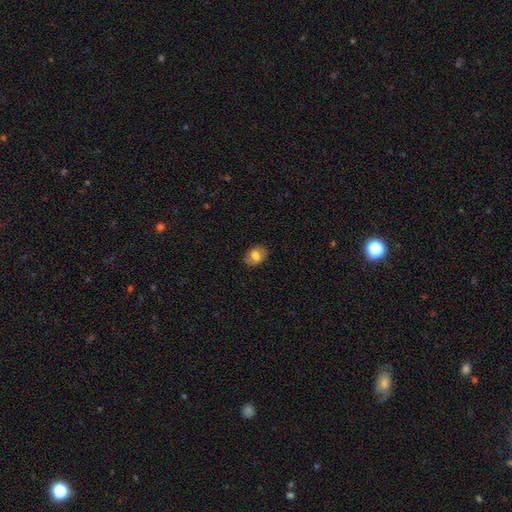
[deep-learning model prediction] This is likely a smooth galaxy (73%). How rounded: likely in between (70%). Merging: clearly none (84%).